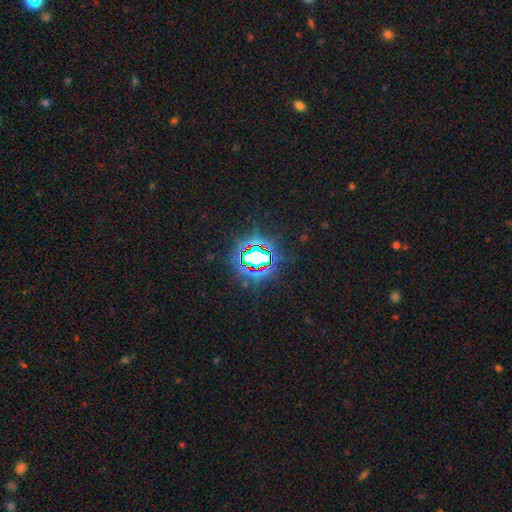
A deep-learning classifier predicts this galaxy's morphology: smooth_or_featured: star or artifact (p=0.81) [alt: smooth p=0.11]